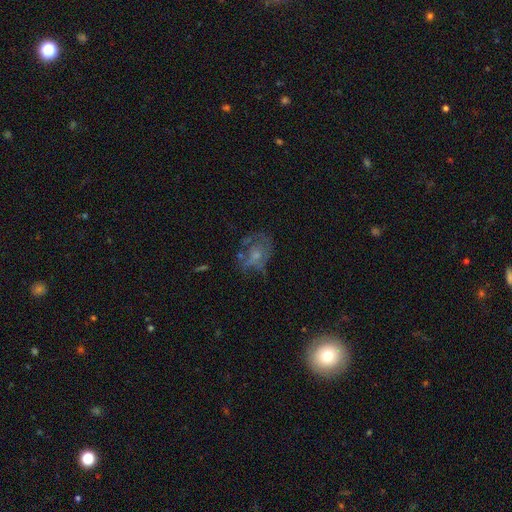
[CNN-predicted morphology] This appears to be a featured or disk galaxy (53%) with no bar (82%), no spiral arms (58%) and a small central bulge (48%). Merging: none (44%).